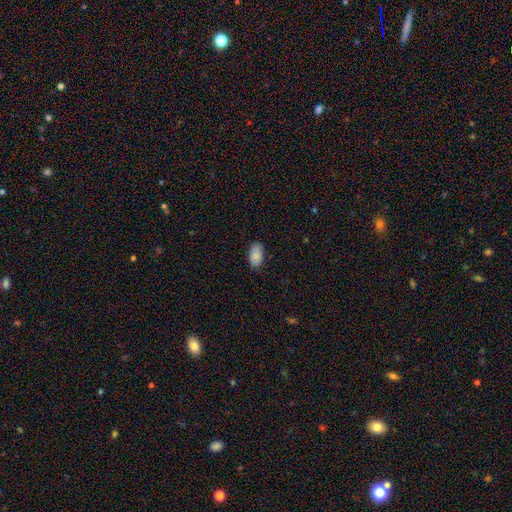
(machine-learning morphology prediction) Smooth or featured? Predicted: smooth (p=0.88). How rounded? Predicted: in between (p=0.94). Merging? Predicted: none (p=0.82).